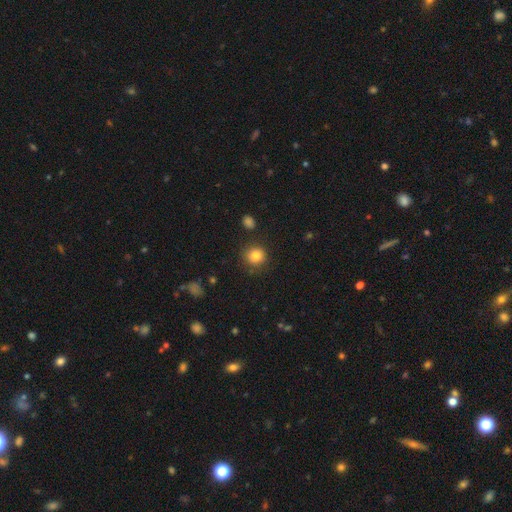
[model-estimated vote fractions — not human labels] smooth 83%, star or artifact 11%, featured or disk 6%. Down the decision tree: how rounded — round (90%); merging — none (85%).